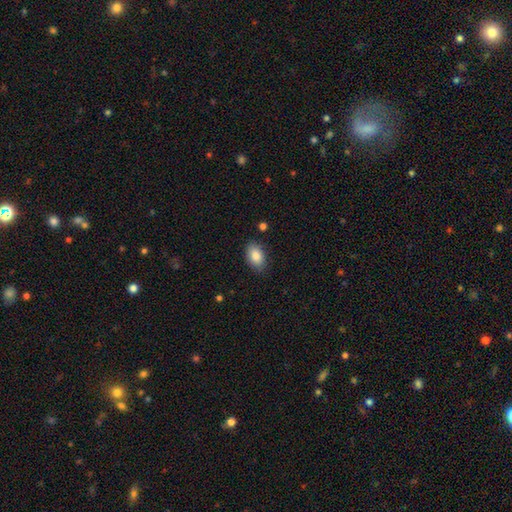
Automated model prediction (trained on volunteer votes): Overall: smooth (87%). How rounded: in between (90%). Merging: none (85%).